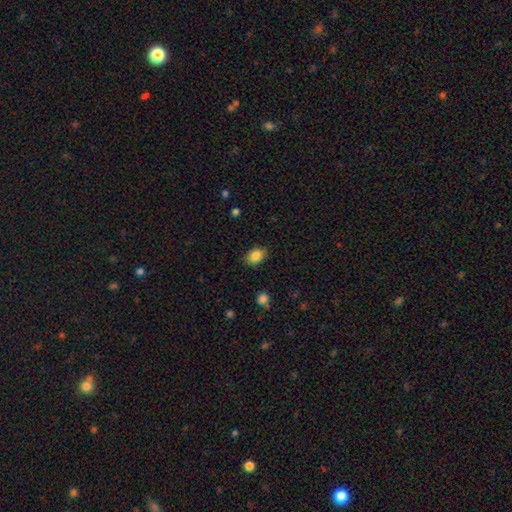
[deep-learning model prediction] Q: Smooth or featured?
A: smooth (85%); runner-up: star or artifact (9%)
Q: How rounded?
A: in between (72%); runner-up: round (27%)
Q: Merging?
A: none (85%); runner-up: minor disturbance (11%)